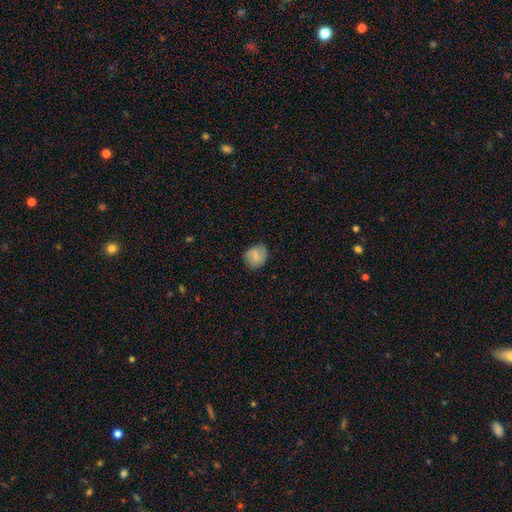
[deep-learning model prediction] Smooth or featured? smooth (65%)
How rounded? round (69%)
Merging? none (81%)